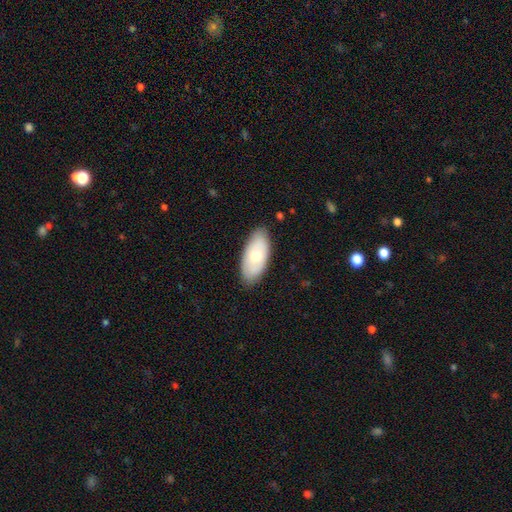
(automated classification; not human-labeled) smooth-or-featured: smooth: 63% | featured or disk: 32% | star or artifact: 6%
  how-rounded: in between: 92% | cigar-shaped: 5% | round: 3%
  merging: none: 83% | minor disturbance: 13% | major disturbance: 3% | merger: 1%